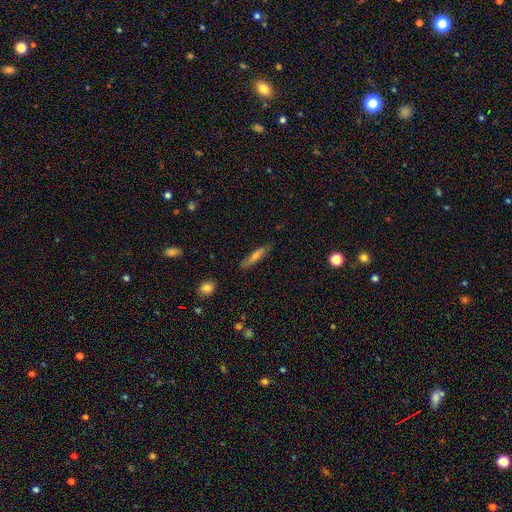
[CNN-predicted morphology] smooth-or-featured: smooth: 55% | featured or disk: 36% | star or artifact: 9%
  how-rounded: cigar-shaped: 82% | in between: 16% | round: 3%
  merging: none: 82% | minor disturbance: 13% | major disturbance: 3% | merger: 2%